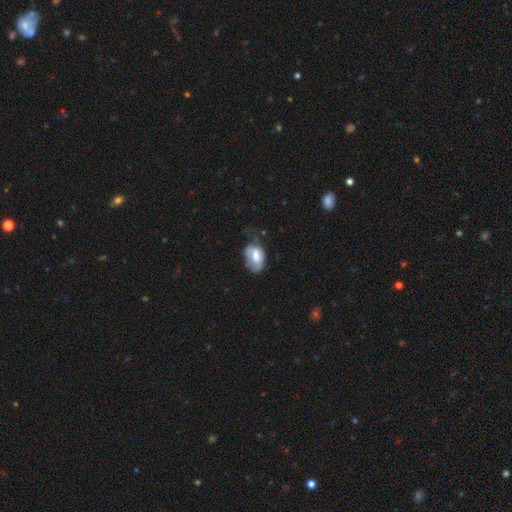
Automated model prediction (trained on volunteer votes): smooth-or-featured: smooth: 60% | featured or disk: 32% | star or artifact: 8%
  how-rounded: in between: 83% | round: 16% | cigar-shaped: 1%
  merging: minor disturbance: 36% | none: 34% | major disturbance: 27% | merger: 3%